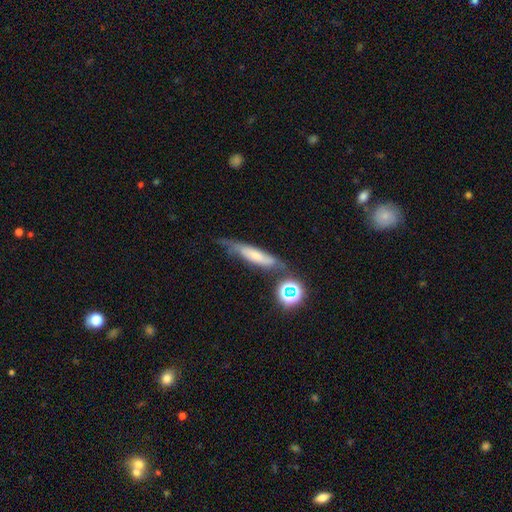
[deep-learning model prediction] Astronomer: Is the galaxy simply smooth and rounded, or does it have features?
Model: smooth — 49% (runner-up: featured or disk, 37%).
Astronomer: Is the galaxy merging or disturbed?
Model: none — 50% (runner-up: minor disturbance, 28%).